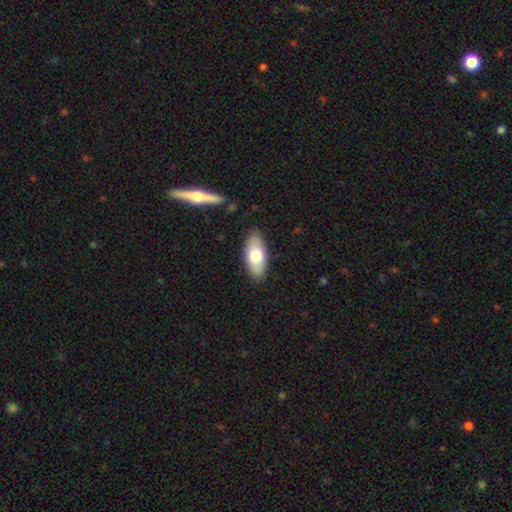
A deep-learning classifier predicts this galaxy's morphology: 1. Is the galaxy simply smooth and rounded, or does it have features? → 71% smooth, 23% featured or disk, 6% star or artifact.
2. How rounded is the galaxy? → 88% in between, 10% cigar-shaped, 3% round.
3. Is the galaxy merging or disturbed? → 88% none, 9% minor disturbance, 2% major disturbance, 1% merger.